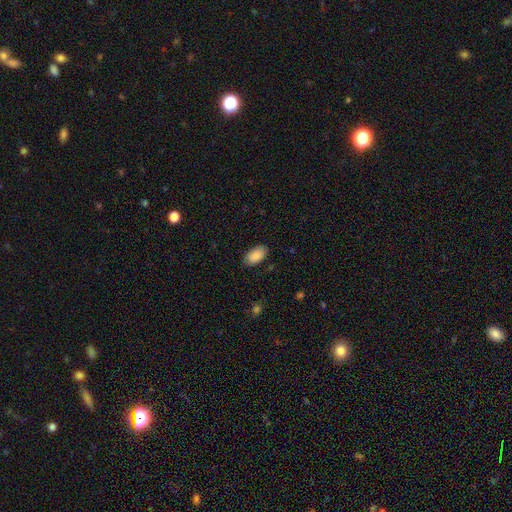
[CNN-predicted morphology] Smooth or featured? smooth (89%)
How rounded? in between (95%)
Merging? none (87%)